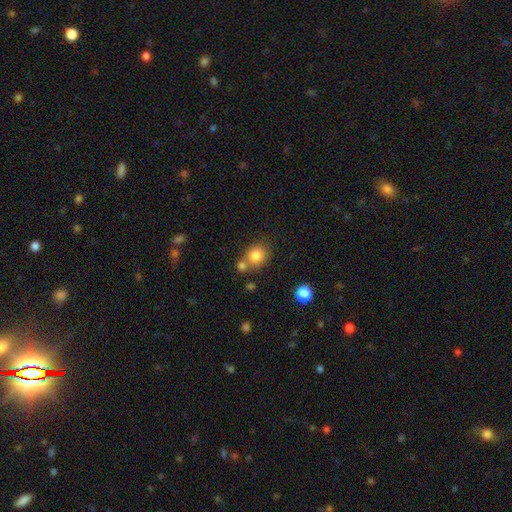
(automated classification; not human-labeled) Morphology: type=smooth (82%); roundness=round (68%); merging=none (57%).